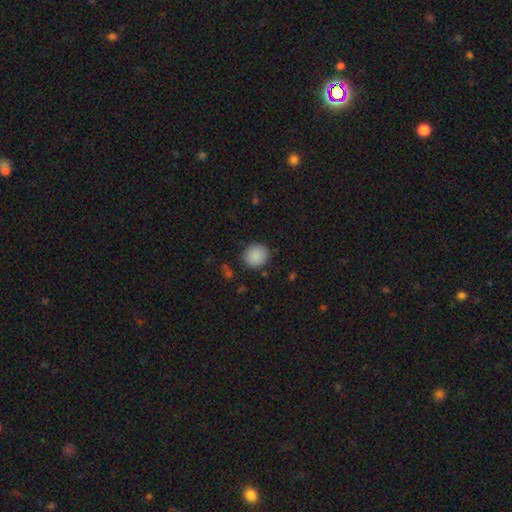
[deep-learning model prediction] Smooth or featured?
  - smooth: 89% *
  - star or artifact: 8%
  - featured or disk: 3%
How rounded?
  - round: 81% *
  - in between: 18%
  - cigar-shaped: 1%
Merging?
  - none: 87% *
  - minor disturbance: 9%
  - major disturbance: 3%
  - merger: 2%